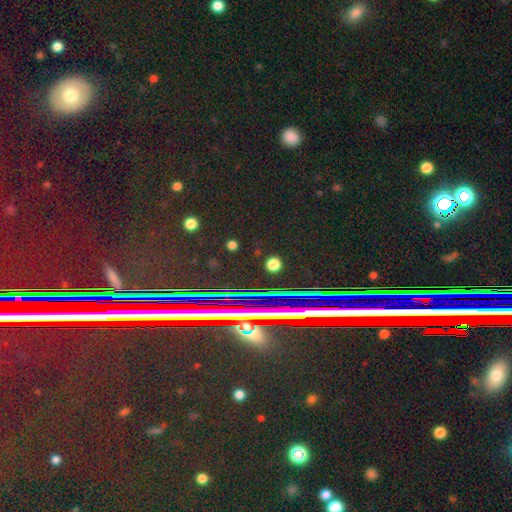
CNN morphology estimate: Smooth or featured? Predicted: star or artifact (p=0.82).